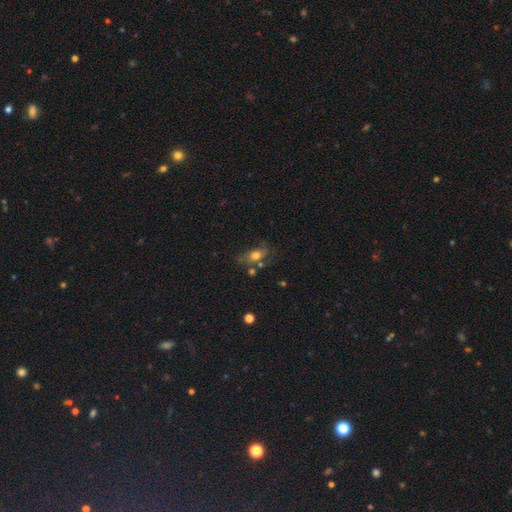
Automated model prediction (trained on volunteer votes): Q: Smooth or featured?
A: smooth (62%); runner-up: featured or disk (26%)
Q: How rounded?
A: in between (74%); runner-up: round (19%)
Q: Merging?
A: none (47%); runner-up: minor disturbance (25%)